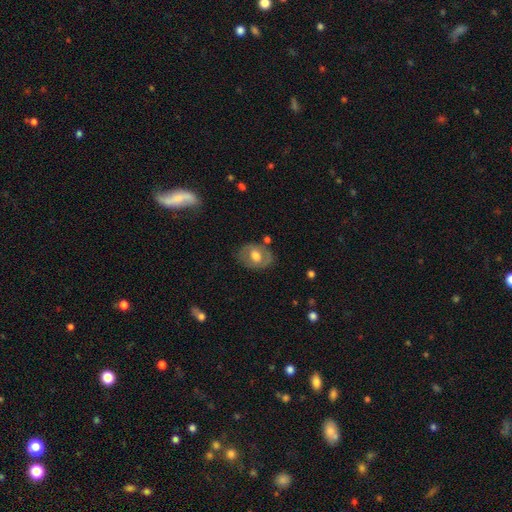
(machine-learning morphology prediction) Smooth or featured?
  - smooth: 47% *
  - featured or disk: 46%
  - star or artifact: 6%
Merging?
  - none: 74% *
  - minor disturbance: 17%
  - major disturbance: 6%
  - merger: 3%